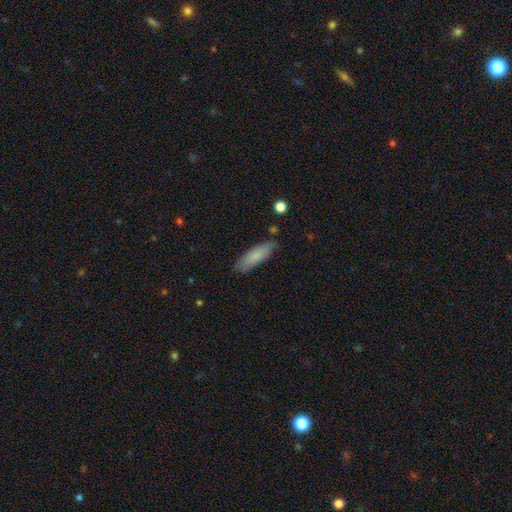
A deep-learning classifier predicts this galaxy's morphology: type=smooth (80%); roundness=cigar-shaped (57%); merging=none (82%).